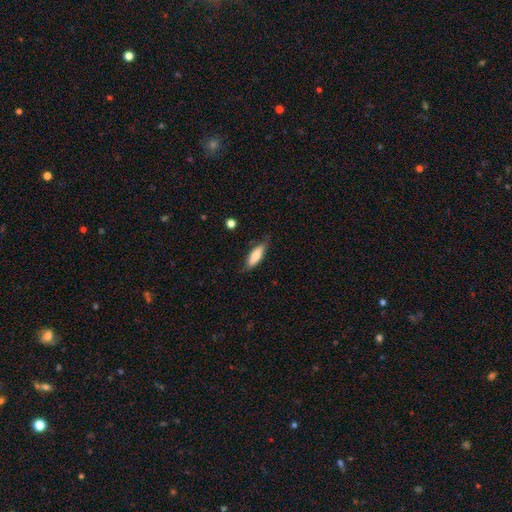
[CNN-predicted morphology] smooth_or_featured: smooth (p=0.73) [alt: featured or disk p=0.21]
how_rounded: in between (p=0.62) [alt: cigar-shaped p=0.36]
merging: none (p=0.75) [alt: minor disturbance p=0.20]